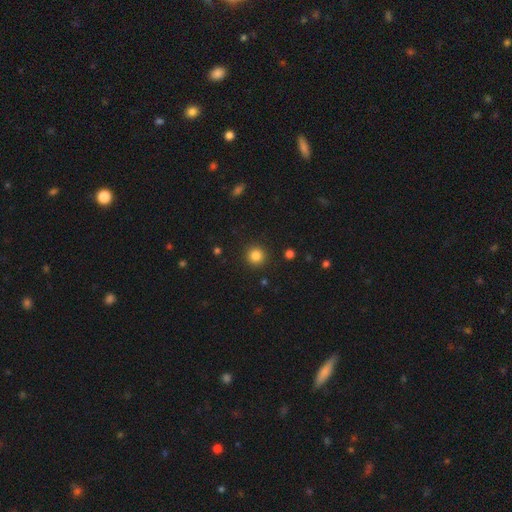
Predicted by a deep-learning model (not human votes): Smooth or featured? smooth (84%)
How rounded? round (95%)
Merging? none (92%)